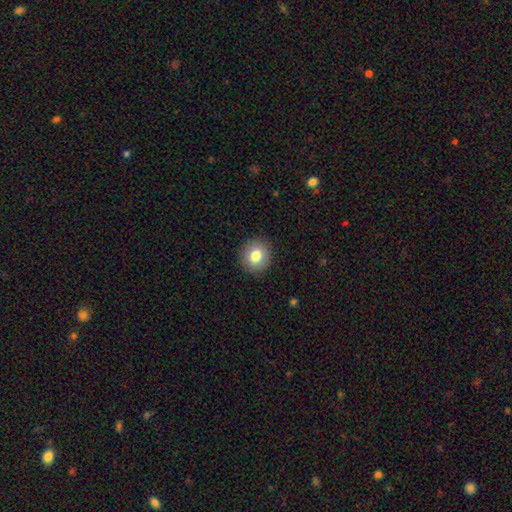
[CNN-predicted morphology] A smooth galaxy with no disk features (81%) that is round (88%). Merging: none (91%).